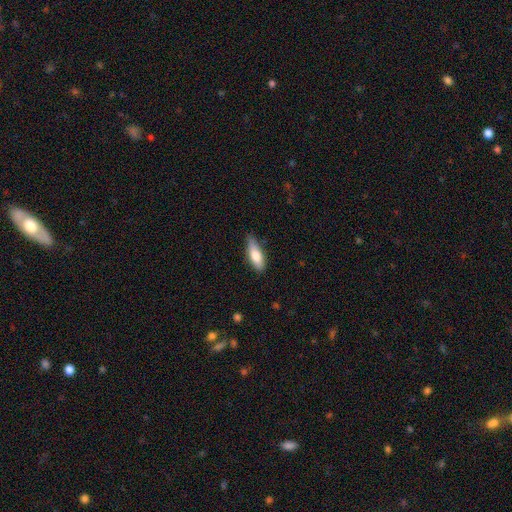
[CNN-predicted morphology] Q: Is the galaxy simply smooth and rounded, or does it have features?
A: smooth — 76%.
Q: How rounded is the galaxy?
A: in between — 63%.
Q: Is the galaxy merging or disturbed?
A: none — 70%.